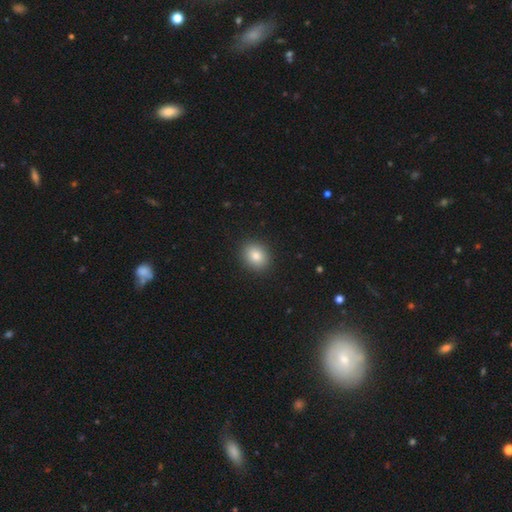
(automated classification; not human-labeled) Morphology: type=smooth (83%); roundness=round (61%); merging=none (91%).